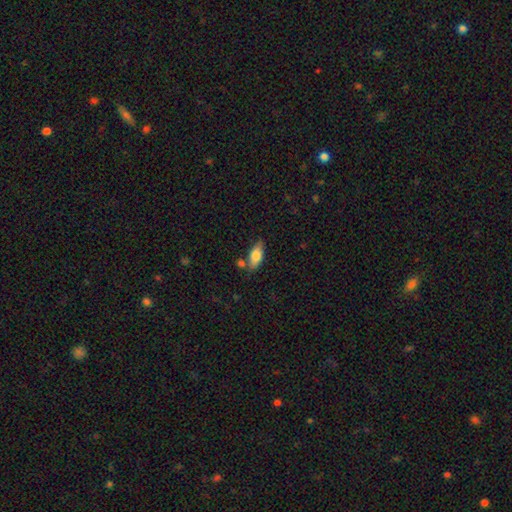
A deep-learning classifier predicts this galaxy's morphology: Smooth or featured? smooth (77%)
How rounded? in between (82%)
Merging? none (70%)